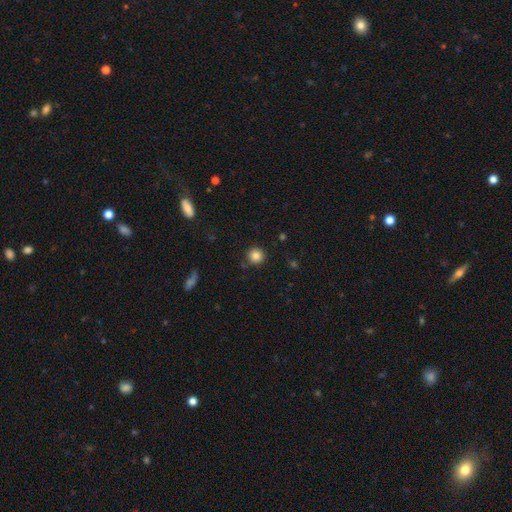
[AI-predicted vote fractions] A smooth galaxy with no disk features (85%) that is round (94%).

Vote fractions:
- Smooth or featured? smooth: 85% / star or artifact: 11% / featured or disk: 4%
- How rounded? round: 94% / in between: 5% / cigar-shaped: 1%
- Merging? none: 88% / minor disturbance: 8% / major disturbance: 2% / merger: 2%